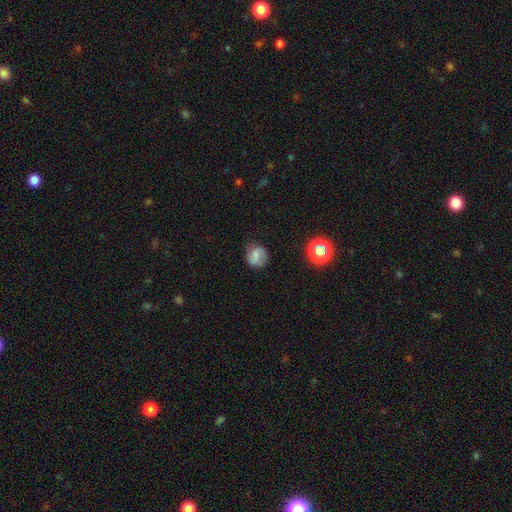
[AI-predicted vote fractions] Smooth or featured? Predicted: smooth (p=0.60). How rounded? Predicted: round (p=0.78). Merging? Predicted: none (p=0.75).